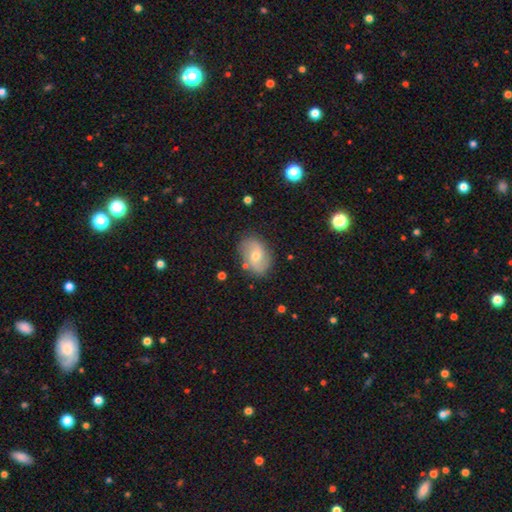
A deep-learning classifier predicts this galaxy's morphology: smooth-or-featured: featured or disk: 63% | smooth: 30% | star or artifact: 7%
  disk-edge-on: no: 96% | yes: 4%
    bar: no: 52% | weak: 39% | strong: 9%
    has-spiral-arms: yes: 86% | no: 14%
      spiral-winding: loose: 51% | medium: 35% | tight: 14%
      spiral-arm-count: 2: 88% | can't tell: 7% | 1: 2% | 3: 1% | 4: 1% | more than 4: 1%
    bulge-size: moderate: 55% | small: 41% | large: 2% | none: 1% | dominant: 1%
  merging: none: 81% | minor disturbance: 14% | major disturbance: 4% | merger: 2%